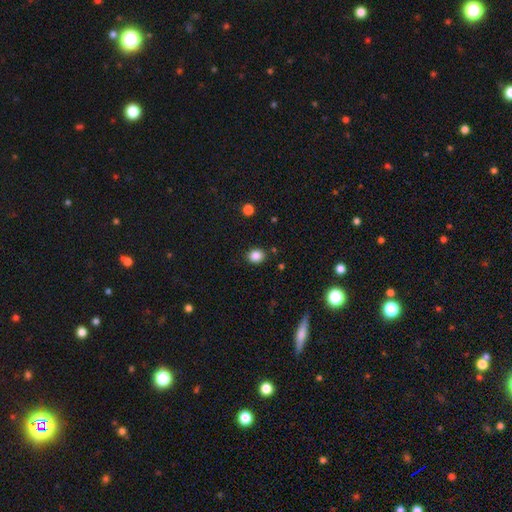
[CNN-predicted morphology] This is clearly a smooth galaxy (86%). How rounded: likely round (65%). Merging: clearly none (88%).